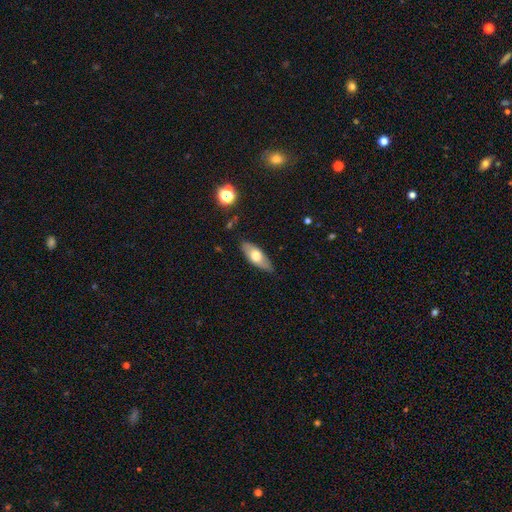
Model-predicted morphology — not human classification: Q: Smooth or featured?
A: smooth (61%); runner-up: featured or disk (32%)
Q: How rounded?
A: in between (74%); runner-up: cigar-shaped (23%)
Q: Merging?
A: none (83%); runner-up: minor disturbance (13%)